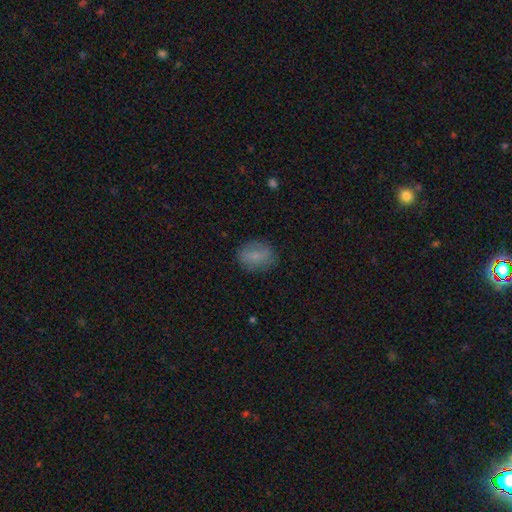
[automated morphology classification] smooth-or-featured: smooth: 76% | featured or disk: 16% | star or artifact: 8%
  how-rounded: in between: 58% | round: 40% | cigar-shaped: 2%
  merging: none: 79% | minor disturbance: 15% | major disturbance: 5% | merger: 1%